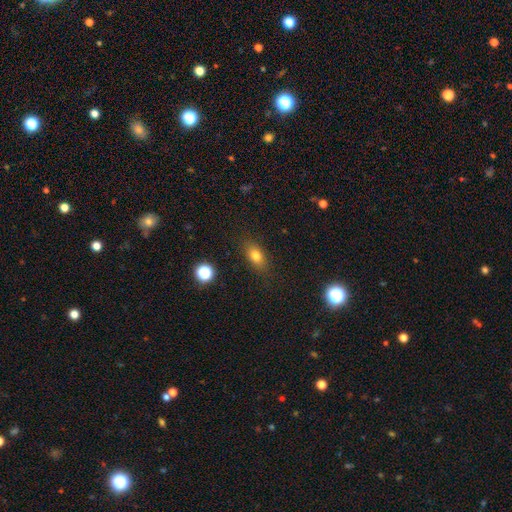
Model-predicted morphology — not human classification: This appears to be a smooth galaxy with no disk features (78%) that is in between round and cigar-shaped (78%). Merging: none (84%).